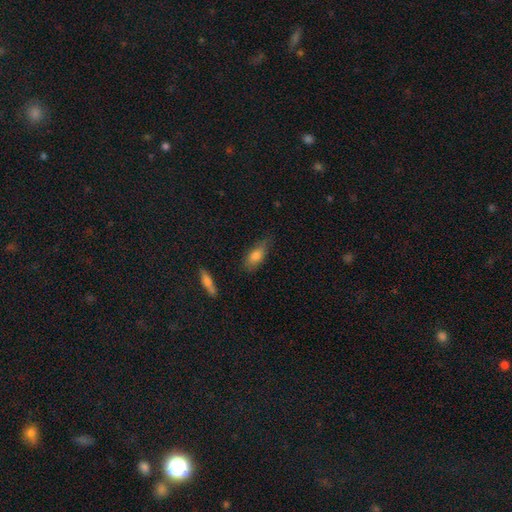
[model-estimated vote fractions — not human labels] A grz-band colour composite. It shows a smooth galaxy with no disk features (79%) that is in between round and cigar-shaped (79%). Merging: none (63%).